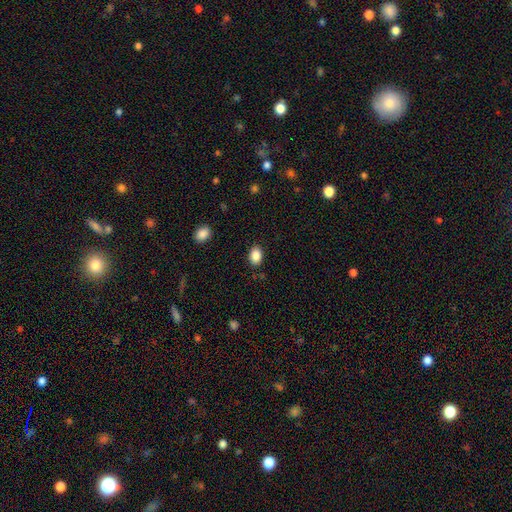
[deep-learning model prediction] This appears to be a smooth galaxy with no disk features (88%) that is in between round and cigar-shaped (77%). Merging: none (86%).